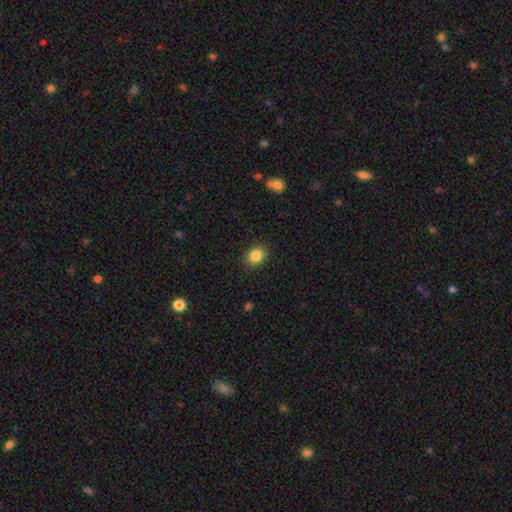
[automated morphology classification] smooth 86%, star or artifact 9%, featured or disk 4%. Down the decision tree: how rounded — in between (56%); merging — none (88%).